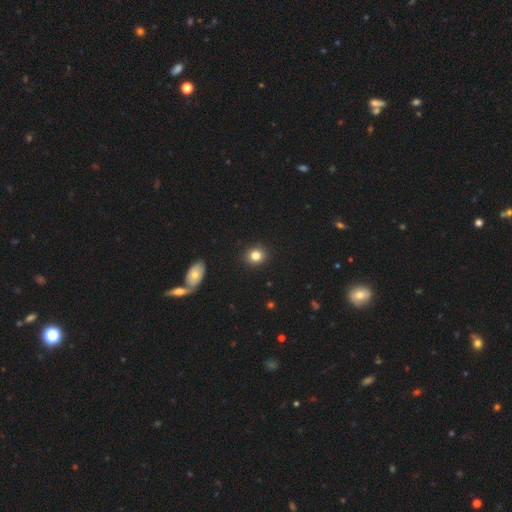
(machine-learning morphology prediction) A smooth galaxy with no disk features (84%) that is round (77%). Merging: none (91%).